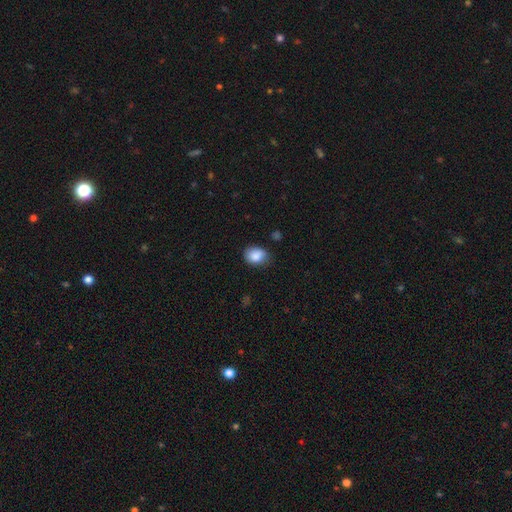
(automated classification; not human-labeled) smooth_or_featured: smooth (p=0.87) [alt: star or artifact p=0.08]
how_rounded: in between (p=0.61) [alt: round p=0.38]
merging: none (p=0.68) [alt: minor disturbance p=0.25]